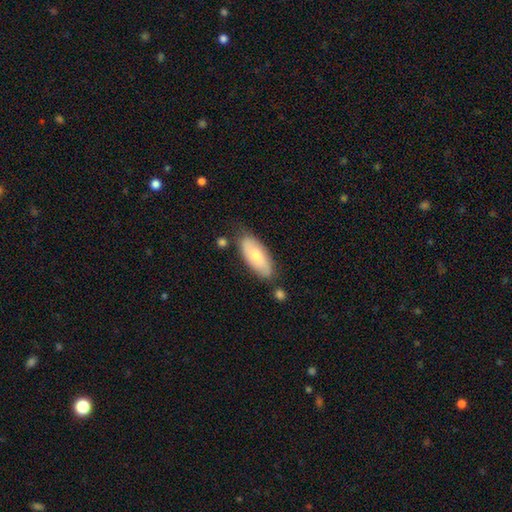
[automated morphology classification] Smooth or featured?
  - smooth: 70% *
  - featured or disk: 24%
  - star or artifact: 6%
How rounded?
  - in between: 80% *
  - cigar-shaped: 18%
  - round: 2%
Merging?
  - none: 72% *
  - minor disturbance: 19%
  - merger: 6%
  - major disturbance: 4%